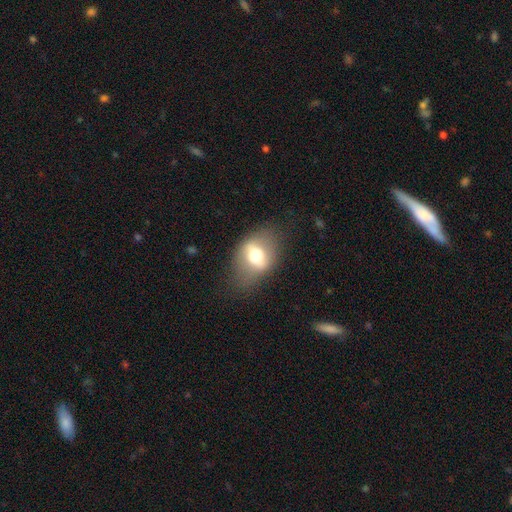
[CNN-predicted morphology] A smooth galaxy with no disk features (52%) that is in between round and cigar-shaped (76%).

Vote fractions:
- Smooth or featured? smooth: 52% / featured or disk: 40% / star or artifact: 8%
- How rounded? in between: 76% / round: 22% / cigar-shaped: 2%
- Merging? none: 71% / minor disturbance: 18% / major disturbance: 10% / merger: 1%